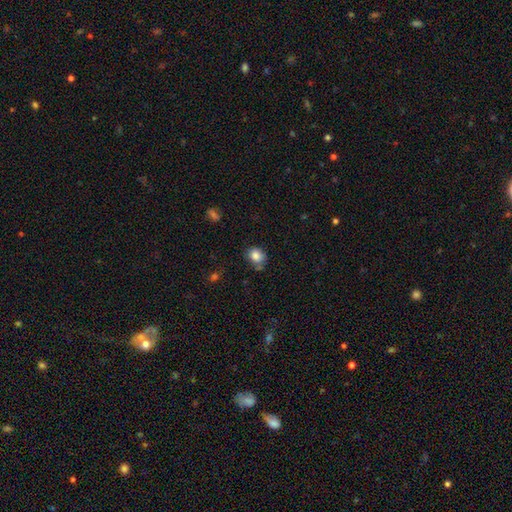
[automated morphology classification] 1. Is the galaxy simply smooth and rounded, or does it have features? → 83% smooth, 10% star or artifact, 7% featured or disk.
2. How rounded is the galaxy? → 51% round, 48% in between, 1% cigar-shaped.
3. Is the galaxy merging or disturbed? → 67% none, 21% minor disturbance, 7% merger, 5% major disturbance.